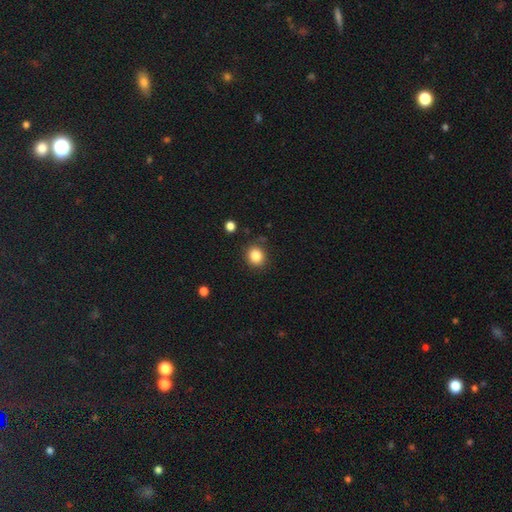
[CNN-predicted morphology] Overall: smooth (85%). How rounded: round (78%). Merging: none (85%).